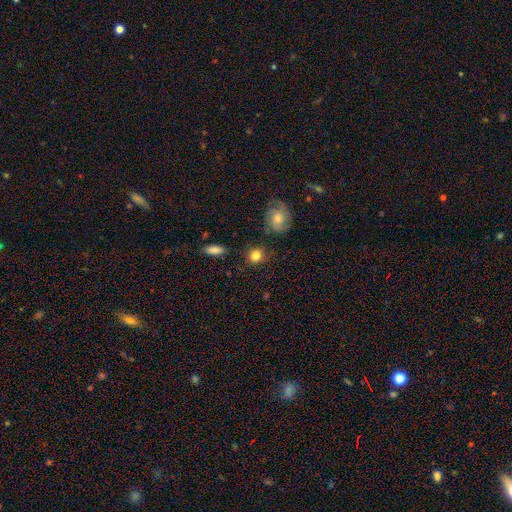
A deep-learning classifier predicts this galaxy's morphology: type=smooth (83%); roundness=round (77%); merging=none (83%).